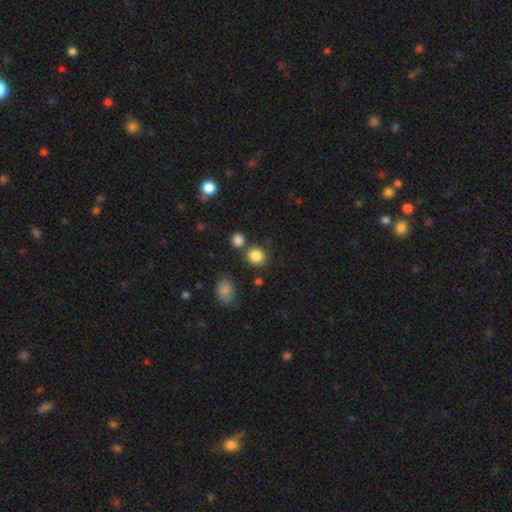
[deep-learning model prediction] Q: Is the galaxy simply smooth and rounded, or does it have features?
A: smooth — 85%.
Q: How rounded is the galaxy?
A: round — 77%.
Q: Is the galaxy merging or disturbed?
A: none — 74%.